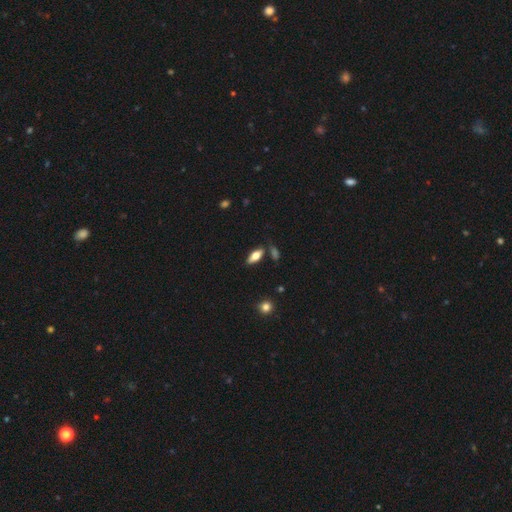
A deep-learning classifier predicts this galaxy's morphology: type=smooth (64%); roundness=in between (78%); merging=none (77%).